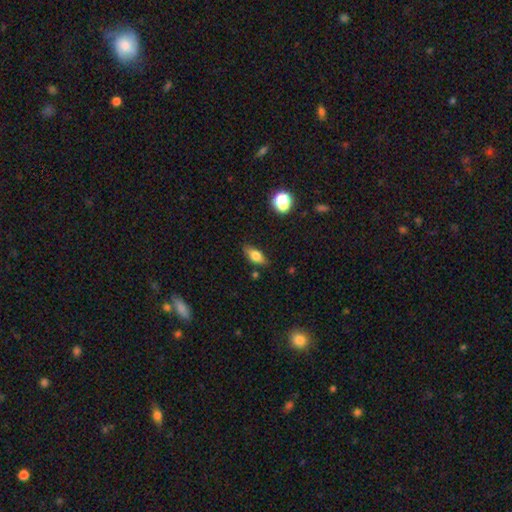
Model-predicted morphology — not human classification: Smooth or featured? smooth (64%)
How rounded? in between (76%)
Merging? none (81%)